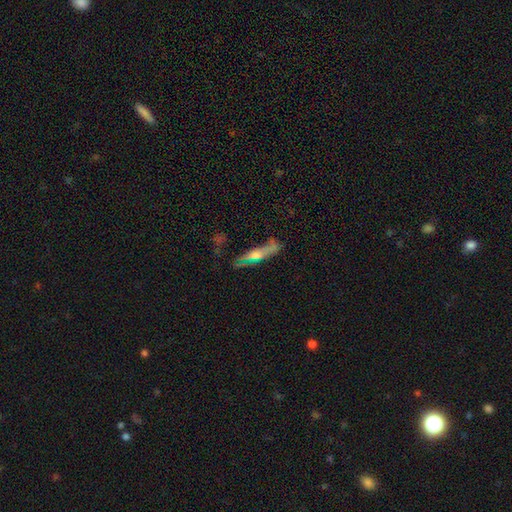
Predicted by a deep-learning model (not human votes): smooth-or-featured: smooth: 45% (tied) | featured or disk: 45% (tied) | star or artifact: 11%
  merging: none: 62% | minor disturbance: 22% | major disturbance: 10% | merger: 6%